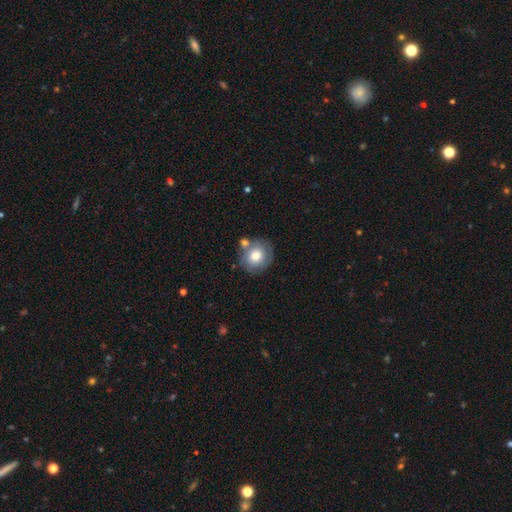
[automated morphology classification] This is likely a smooth galaxy (65%). How rounded: likely round (77%). Merging: likely none (61%).